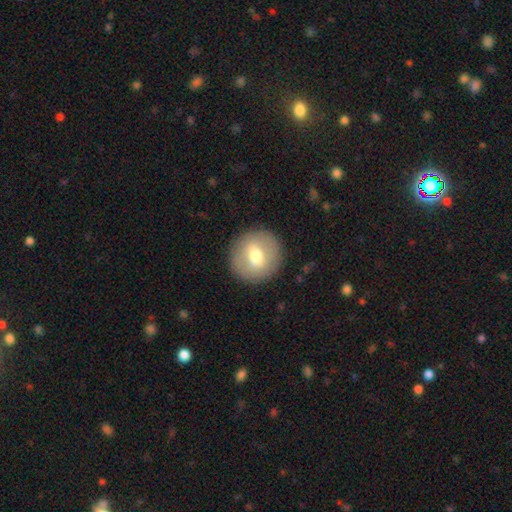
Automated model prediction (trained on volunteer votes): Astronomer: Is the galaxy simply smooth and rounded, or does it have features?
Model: smooth — 62%.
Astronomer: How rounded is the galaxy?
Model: round — 93%.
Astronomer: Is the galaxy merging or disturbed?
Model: none — 89%.